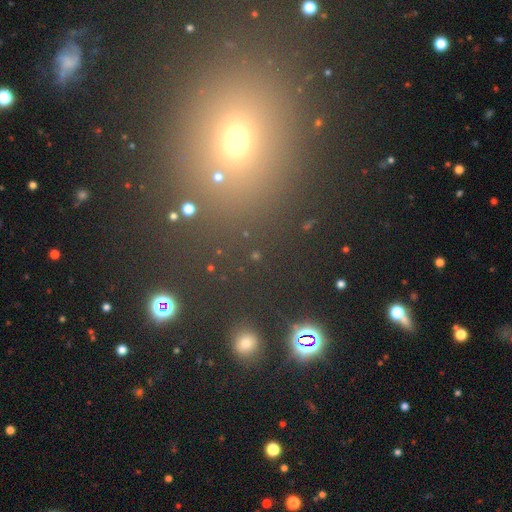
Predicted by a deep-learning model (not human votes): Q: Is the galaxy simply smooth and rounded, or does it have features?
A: star or artifact — 50%.